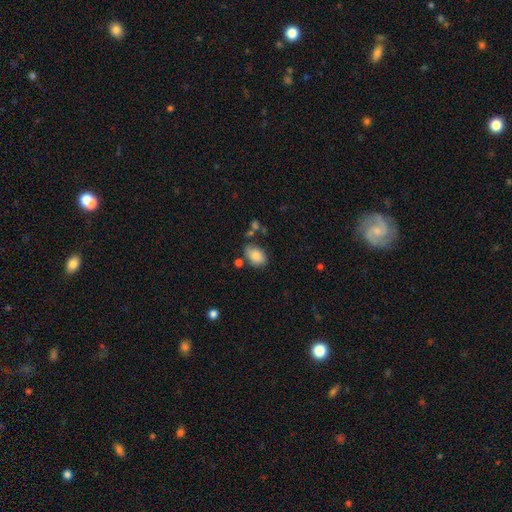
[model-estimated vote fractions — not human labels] smooth_or_featured: smooth (p=0.85) [alt: star or artifact p=0.08]
how_rounded: in between (p=0.87) [alt: round p=0.12]
merging: none (p=0.65) [alt: minor disturbance p=0.22]